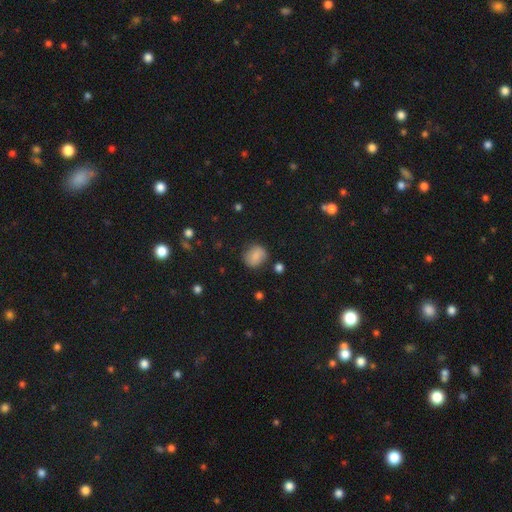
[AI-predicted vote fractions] Smooth or featured? Predicted: smooth (p=0.77). How rounded? Predicted: round (p=0.70). Merging? Predicted: none (p=0.79).